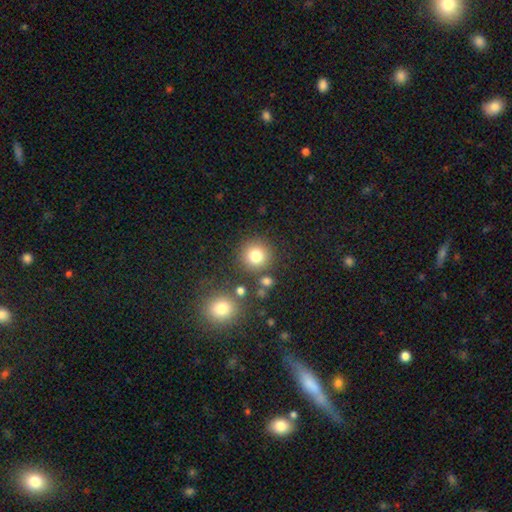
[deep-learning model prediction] Morphology: type=smooth (80%); roundness=round (93%); merging=none (82%).